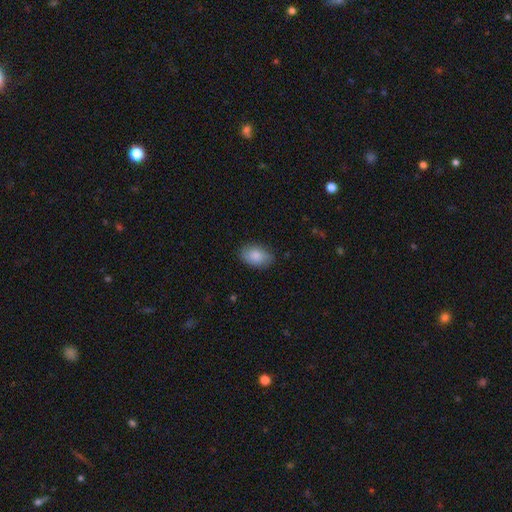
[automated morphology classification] A smooth galaxy with no disk features (84%) that is in between round and cigar-shaped (89%).

Vote fractions:
- Smooth or featured? smooth: 84% / featured or disk: 10% / star or artifact: 6%
- How rounded? in between: 89% / round: 9% / cigar-shaped: 1%
- Merging? none: 80% / minor disturbance: 16% / major disturbance: 3% / merger: 1%